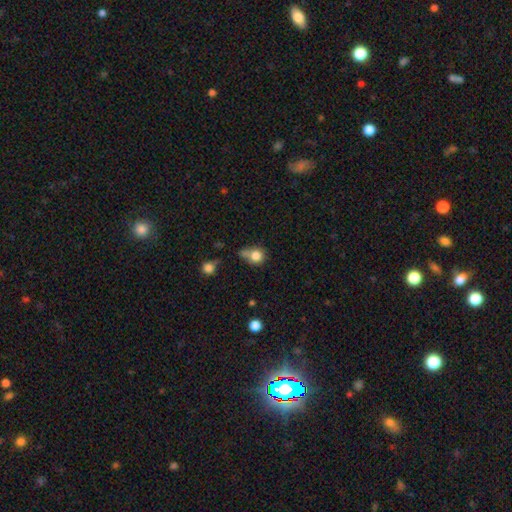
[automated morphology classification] Q: Smooth or featured?
A: smooth (79%); runner-up: star or artifact (11%)
Q: How rounded?
A: round (79%); runner-up: in between (20%)
Q: Merging?
A: none (44%); runner-up: merger (25%)